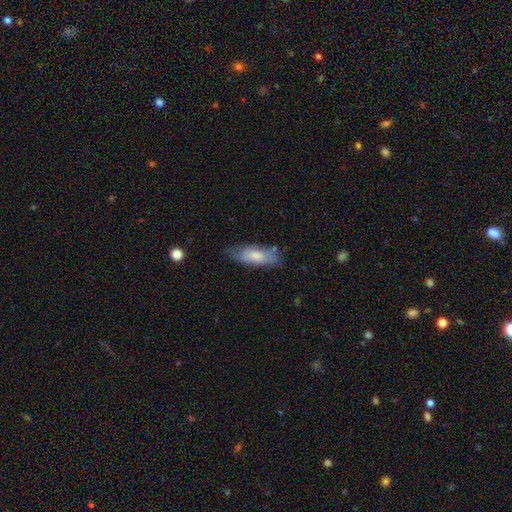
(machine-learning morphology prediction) Smooth or featured? smooth (73%)
How rounded? in between (69%)
Merging? none (66%)